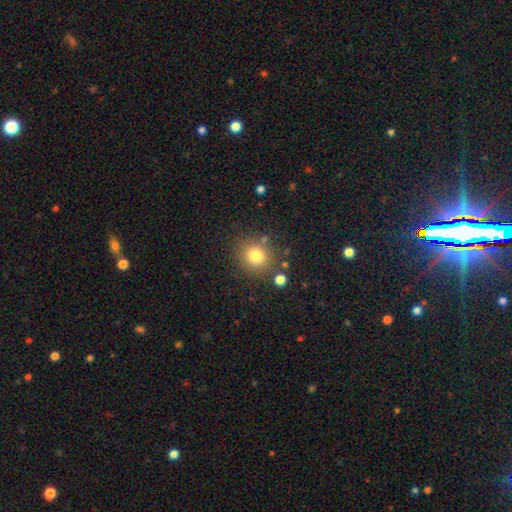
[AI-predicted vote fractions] Overall: smooth (80%). How rounded: round (87%). Merging: none (82%).